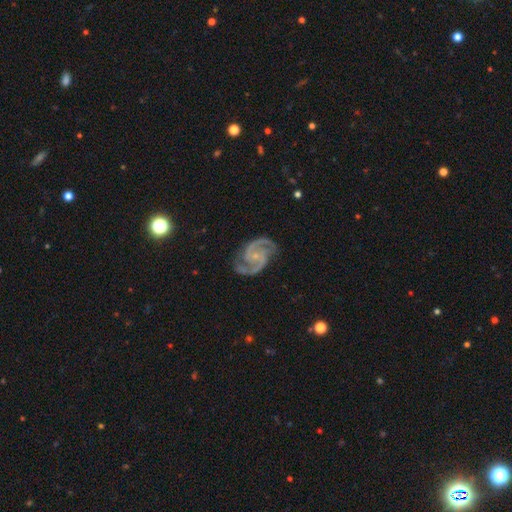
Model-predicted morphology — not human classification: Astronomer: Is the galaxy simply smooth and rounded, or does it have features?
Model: featured or disk — 94%.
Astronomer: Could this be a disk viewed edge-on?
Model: no — 98%.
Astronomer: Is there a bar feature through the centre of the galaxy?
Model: no — 59%.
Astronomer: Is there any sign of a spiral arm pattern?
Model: yes — 99%.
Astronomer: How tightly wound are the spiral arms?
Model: medium — 63%.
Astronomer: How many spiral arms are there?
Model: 2 — 91%.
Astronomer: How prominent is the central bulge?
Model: small — 76%.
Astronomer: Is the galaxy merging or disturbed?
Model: none — 79%.